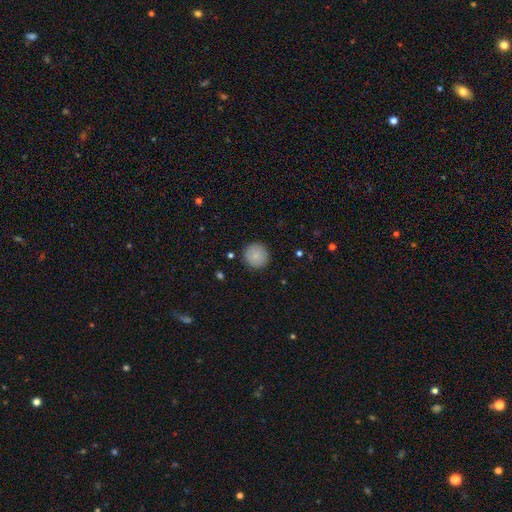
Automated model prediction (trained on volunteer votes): Smooth or featured? Predicted: smooth (p=0.87). How rounded? Predicted: round (p=0.96). Merging? Predicted: none (p=0.91).